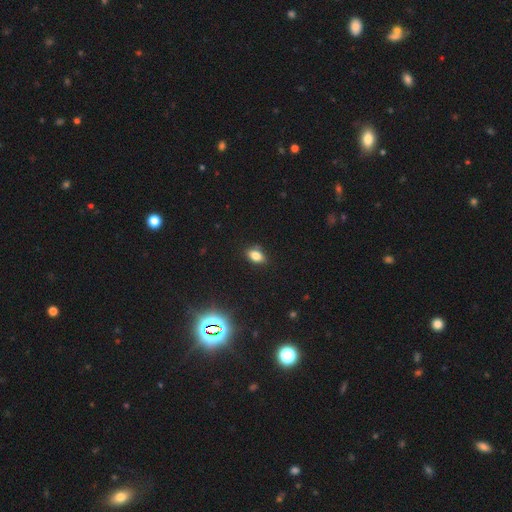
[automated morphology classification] A smooth galaxy with no disk features (79%) that is in between round and cigar-shaped (86%). Merging: none (84%).